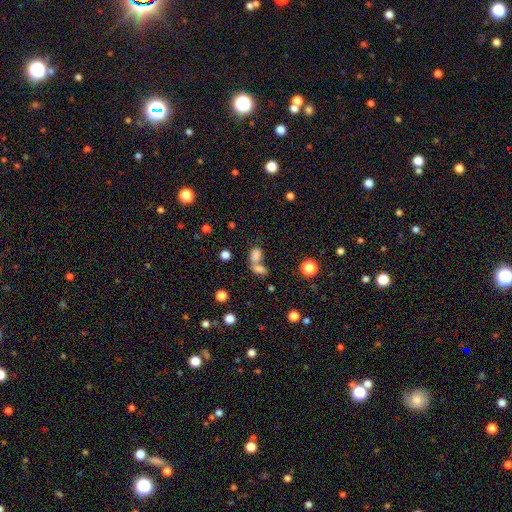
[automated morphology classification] type=smooth (77%); roundness=in between (74%); merging=merger (64%).